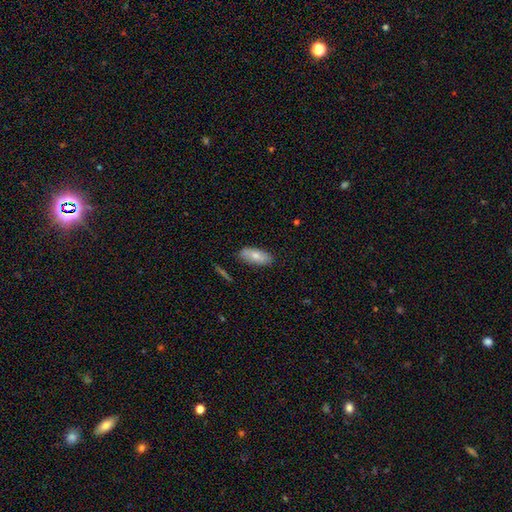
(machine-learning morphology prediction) type=smooth (72%); roundness=in between (85%); merging=none (83%).